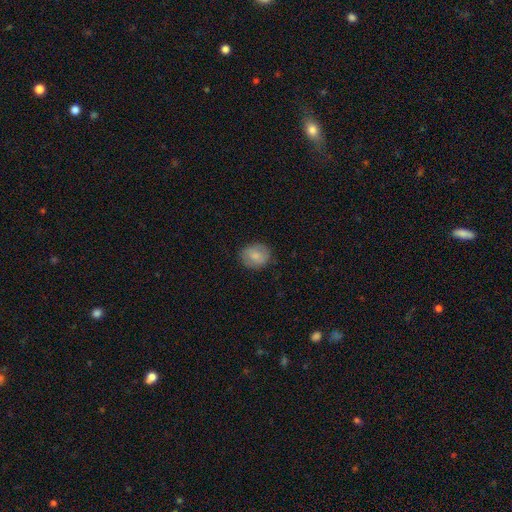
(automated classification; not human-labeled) Overall: smooth (80%). How rounded: round (69%; in between 31%). Merging: none (83%).